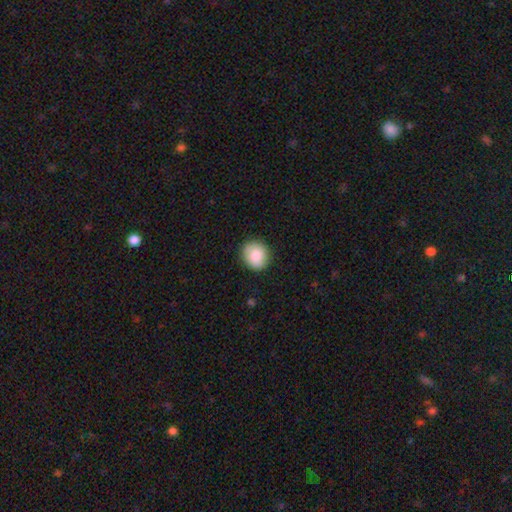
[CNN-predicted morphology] A smooth galaxy with no disk features (84%) that is round (80%). Merging: none (88%).